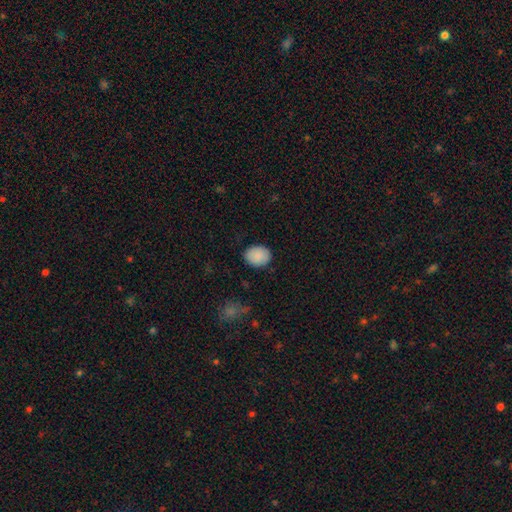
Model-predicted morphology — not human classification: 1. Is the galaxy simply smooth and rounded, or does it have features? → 89% smooth, 7% star or artifact, 4% featured or disk.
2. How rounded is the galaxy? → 50% round, 49% in between, 1% cigar-shaped.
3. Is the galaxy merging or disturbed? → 85% none, 11% minor disturbance, 3% major disturbance, 1% merger.